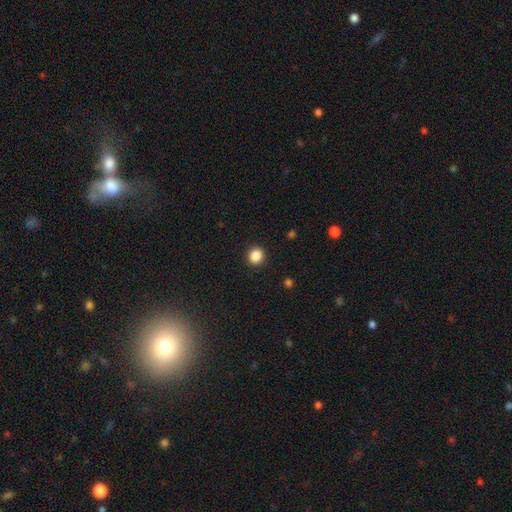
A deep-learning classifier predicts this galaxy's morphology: smooth_or_featured: smooth (p=0.87) [alt: star or artifact p=0.10]
how_rounded: round (p=0.85) [alt: in between p=0.14]
merging: none (p=0.92) [alt: minor disturbance p=0.06]